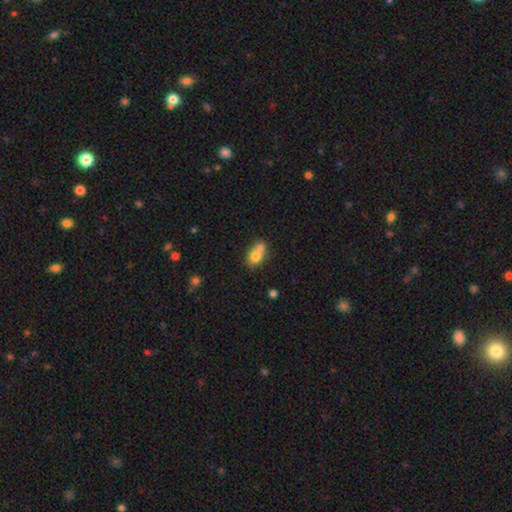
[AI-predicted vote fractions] Smooth or featured? Predicted: smooth (p=0.75). How rounded? Predicted: round (p=0.53). Merging? Predicted: merger (p=0.61).